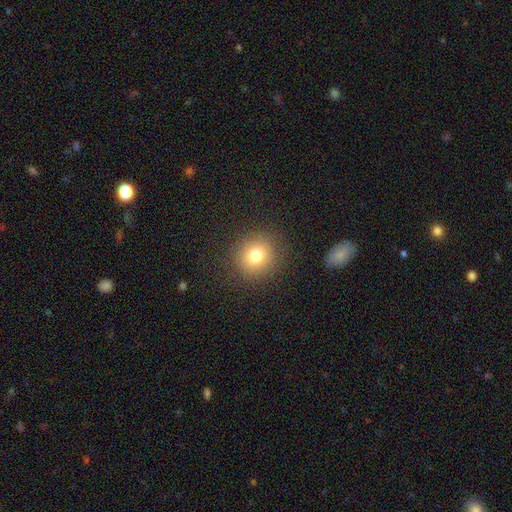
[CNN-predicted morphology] A smooth galaxy with no disk features (77%) that is round (87%). Merging: none (89%).